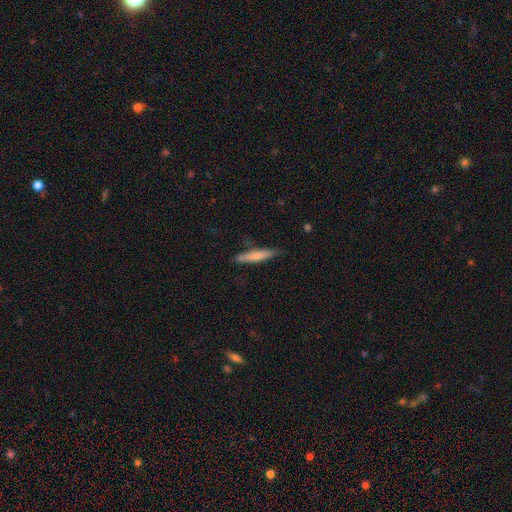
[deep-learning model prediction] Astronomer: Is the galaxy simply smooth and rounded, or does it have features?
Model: smooth — 69%.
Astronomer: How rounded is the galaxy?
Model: cigar-shaped — 91%.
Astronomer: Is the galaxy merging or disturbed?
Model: none — 81%.